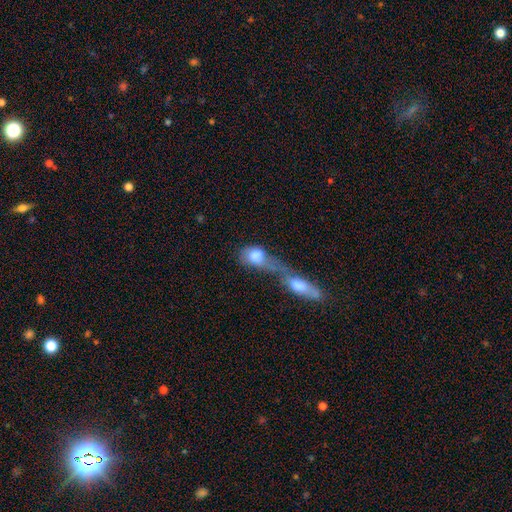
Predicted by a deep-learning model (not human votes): Smooth or featured? Predicted: smooth (p=0.70). How rounded? Predicted: in between (p=0.72). Merging? Predicted: merger (p=0.76).